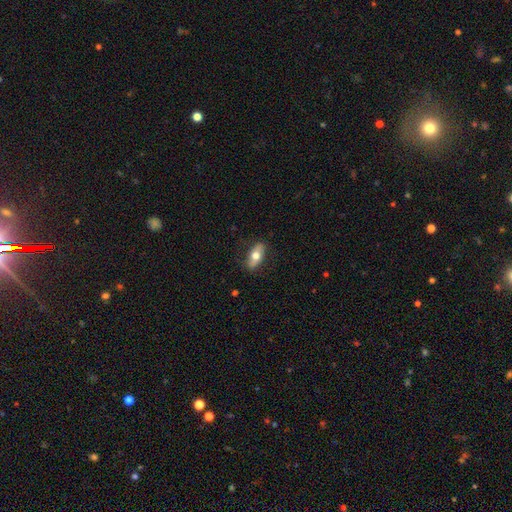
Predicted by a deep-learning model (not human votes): A smooth galaxy with no disk features (60%) that is in between round and cigar-shaped (78%).

Vote fractions:
- Smooth or featured? smooth: 60% / featured or disk: 34% / star or artifact: 6%
- How rounded? in between: 78% / cigar-shaped: 18% / round: 5%
- Merging? none: 83% / minor disturbance: 13% / major disturbance: 3% / merger: 1%